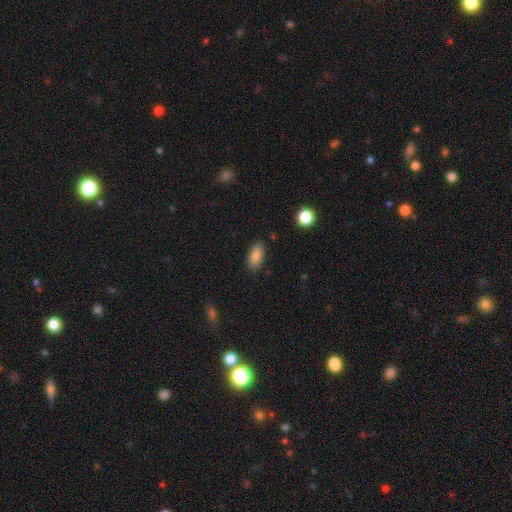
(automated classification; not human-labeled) Q: Smooth or featured?
A: smooth (85%); runner-up: star or artifact (8%)
Q: How rounded?
A: in between (88%); runner-up: cigar-shaped (8%)
Q: Merging?
A: none (85%); runner-up: minor disturbance (11%)